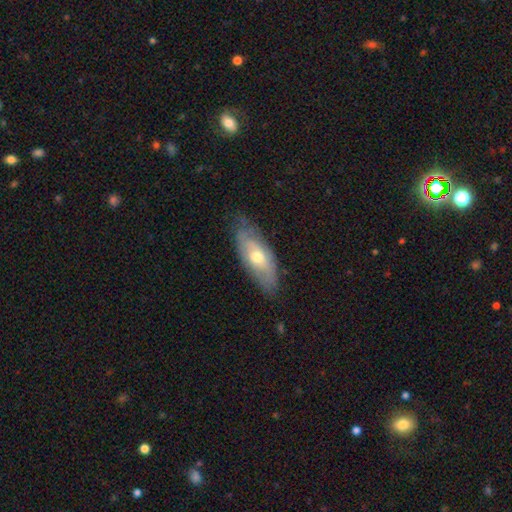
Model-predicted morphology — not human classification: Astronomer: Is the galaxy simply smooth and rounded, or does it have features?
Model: smooth — 47%, tied with featured or disk at 47%.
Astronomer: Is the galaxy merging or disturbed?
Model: none — 71%.